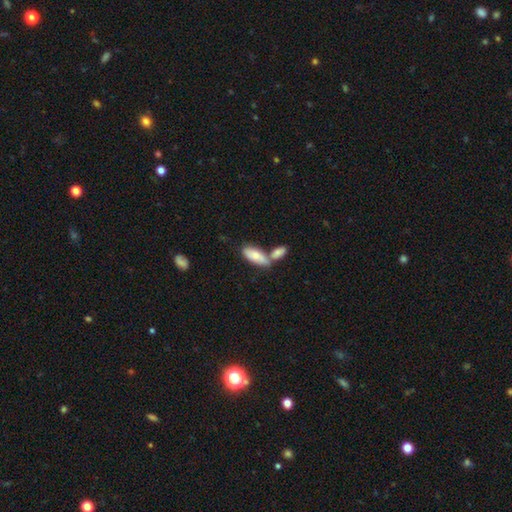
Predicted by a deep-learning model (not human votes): The model was most divided on "merging": merger: 48%, none: 36%, minor disturbance: 11%, major disturbance: 4%. More confident: how rounded — in between (82%); smooth or featured — smooth (75%).